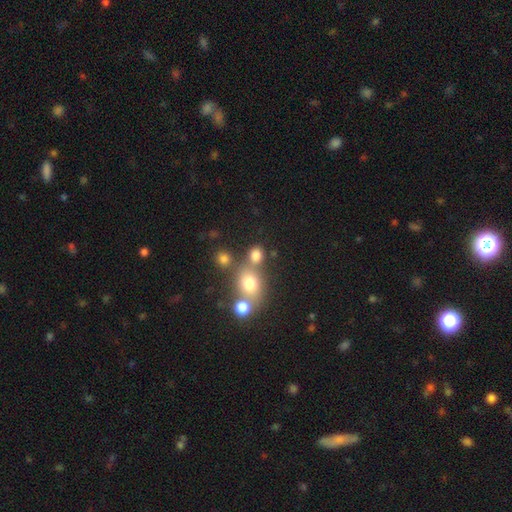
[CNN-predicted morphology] smooth_or_featured: smooth (p=0.75) [alt: star or artifact p=0.16]
how_rounded: round (p=0.66) [alt: in between p=0.32]
merging: none (p=0.57) [alt: merger p=0.28]